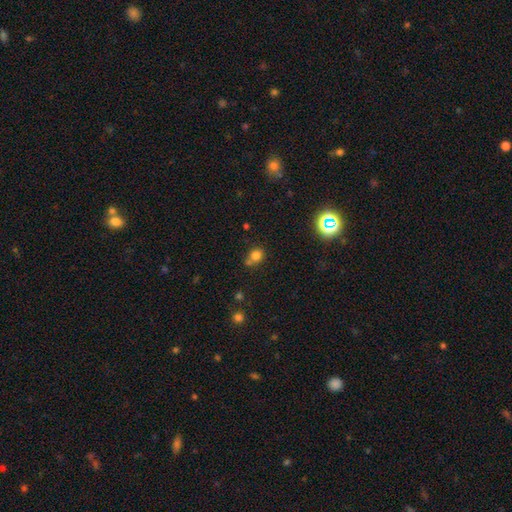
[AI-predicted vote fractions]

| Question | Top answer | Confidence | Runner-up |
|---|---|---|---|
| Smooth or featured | smooth | 77% | star or artifact (15%) |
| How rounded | round | 75% | in between (24%) |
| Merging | none | 55% | merger (26%) |